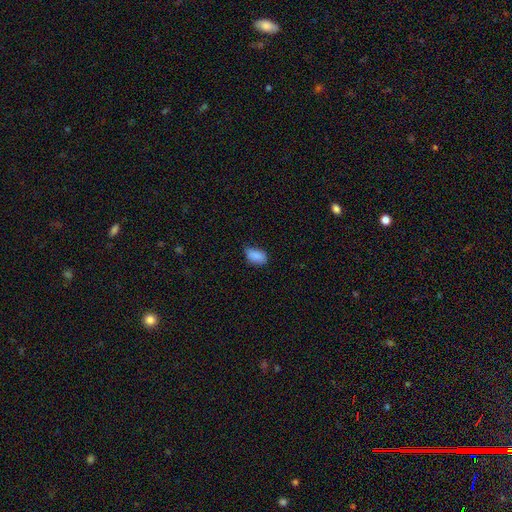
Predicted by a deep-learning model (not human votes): This is clearly a smooth galaxy (88%). How rounded: clearly in between (92%). Merging: likely none (66%).